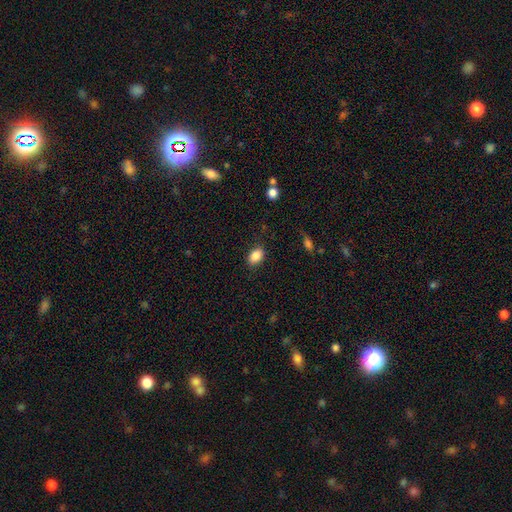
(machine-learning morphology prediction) Smooth or featured: smooth — 87% (star or artifact — 8%)
How rounded: in between — 80% (round — 19%)
Merging: none — 84% (minor disturbance — 12%)